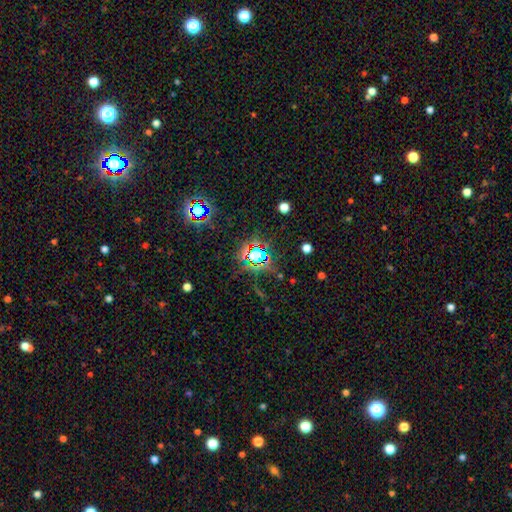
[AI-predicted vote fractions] A star or artifact, not a galaxy (74%).

Vote fractions:
- Smooth or featured? star or artifact: 74% / smooth: 16% / featured or disk: 10%